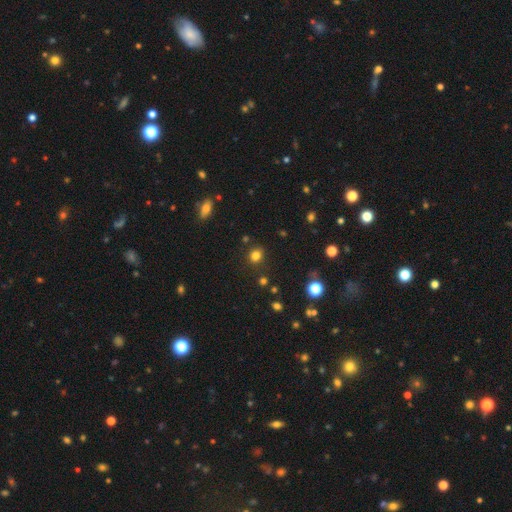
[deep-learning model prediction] smooth-or-featured: smooth: 80% | star or artifact: 15% | featured or disk: 5%
  how-rounded: round: 79% | in between: 20% | cigar-shaped: 1%
  merging: none: 85% | minor disturbance: 9% | merger: 3% | major disturbance: 3%